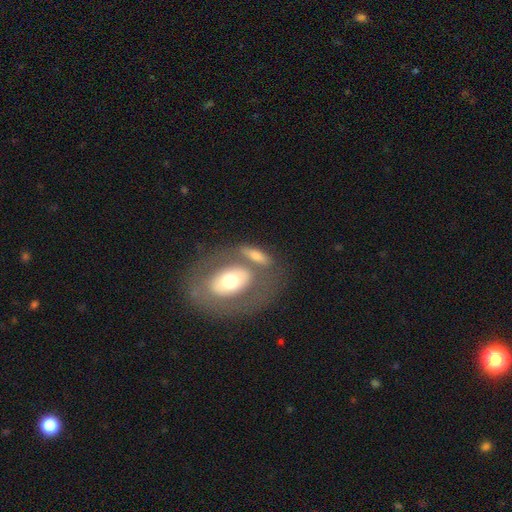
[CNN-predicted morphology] Smooth or featured? Predicted: smooth (p=0.55). How rounded? Predicted: in between (p=0.77). Merging? Predicted: none (p=0.52).